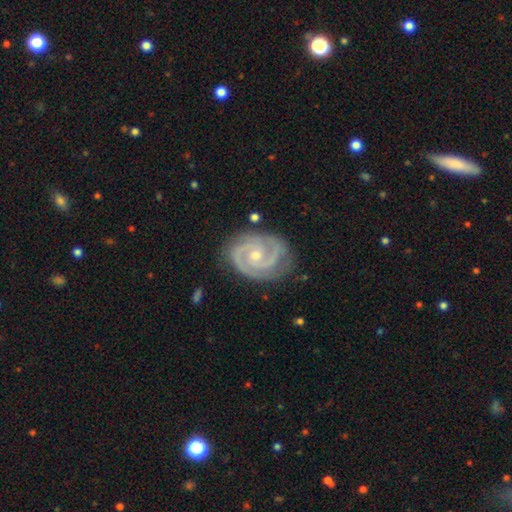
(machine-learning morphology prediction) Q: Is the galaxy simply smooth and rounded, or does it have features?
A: featured or disk — 93%.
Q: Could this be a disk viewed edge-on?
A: no — 98%.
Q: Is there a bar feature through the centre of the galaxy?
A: no — 61%.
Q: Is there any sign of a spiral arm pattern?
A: yes — 99%.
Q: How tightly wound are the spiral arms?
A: tight — 61%.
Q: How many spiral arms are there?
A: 2 — 85%.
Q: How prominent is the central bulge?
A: small — 56%.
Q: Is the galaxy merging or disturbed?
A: none — 79%.